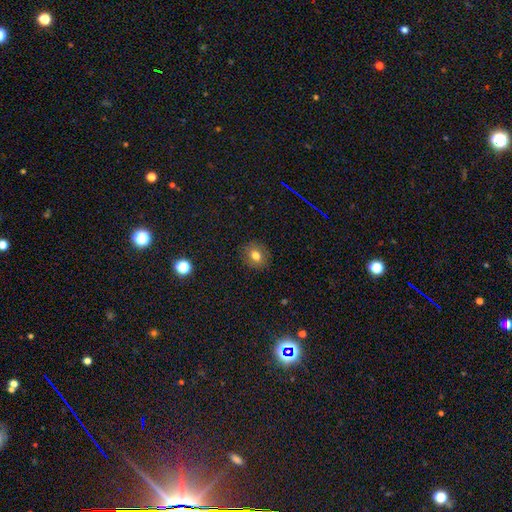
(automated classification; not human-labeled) Morphology: type=smooth (75%); roundness=round (75%); merging=none (87%).